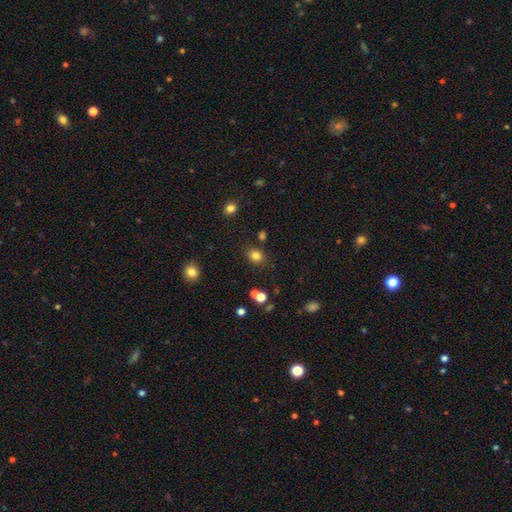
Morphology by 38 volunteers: A smooth galaxy with no disk features (87%) that is round (64%). Merging: none (91%).